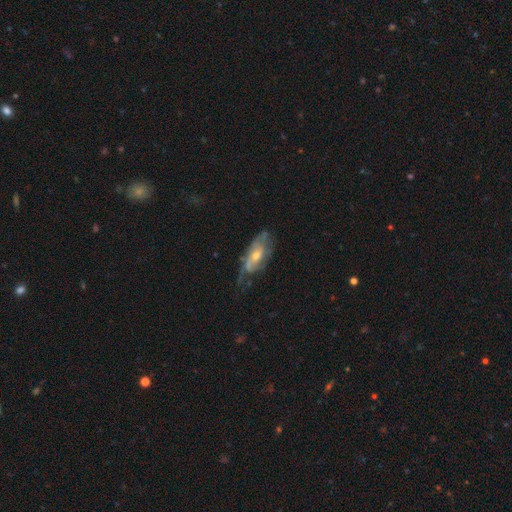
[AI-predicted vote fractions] A featured or disk galaxy (71%) with no bar (62%), spiral arms (77%) and a moderate central bulge (57%).

Vote fractions:
- Smooth or featured? featured or disk: 71% / smooth: 22% / star or artifact: 7%
- Edge-on disk? no: 86% / yes: 14%
- Bar? no: 62% / weak: 30% / strong: 7%
- Spiral arms? yes: 77% / no: 23%
- Bulge size? moderate: 57% / small: 37% / large: 3% / none: 2% / dominant: 1%
- Merging? none: 51% / minor disturbance: 29% / major disturbance: 17% / merger: 2%